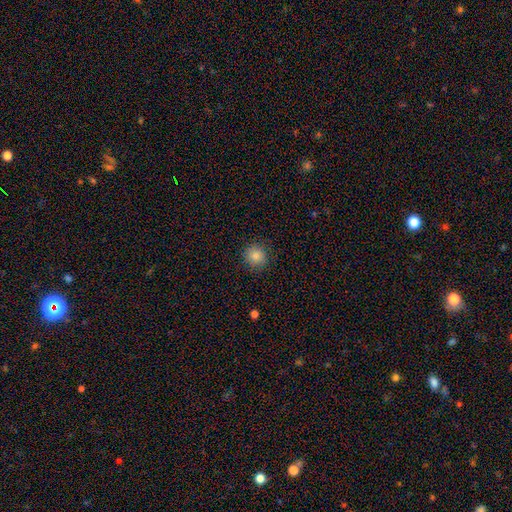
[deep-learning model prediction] Morphology: type=smooth (81%); roundness=round (92%); merging=none (89%).